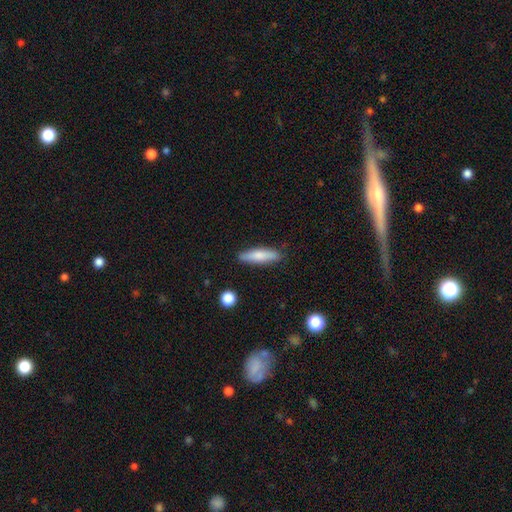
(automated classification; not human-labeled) A smooth galaxy with no disk features (74%) that is cigar-shaped (73%).

Vote fractions:
- Smooth or featured? smooth: 74% / featured or disk: 19% / star or artifact: 6%
- How rounded? cigar-shaped: 73% / in between: 25% / round: 2%
- Merging? none: 87% / minor disturbance: 9% / major disturbance: 2% / merger: 1%